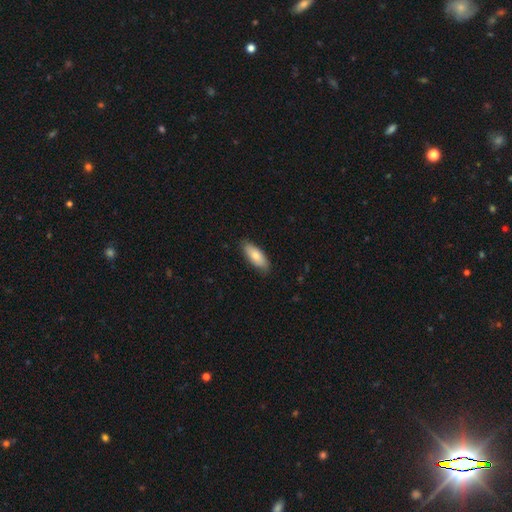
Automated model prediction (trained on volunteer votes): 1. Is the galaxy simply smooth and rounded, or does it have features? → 78% smooth, 17% featured or disk, 6% star or artifact.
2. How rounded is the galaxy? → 78% in between, 21% cigar-shaped, 2% round.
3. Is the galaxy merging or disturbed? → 82% none, 14% minor disturbance, 2% major disturbance, 1% merger.